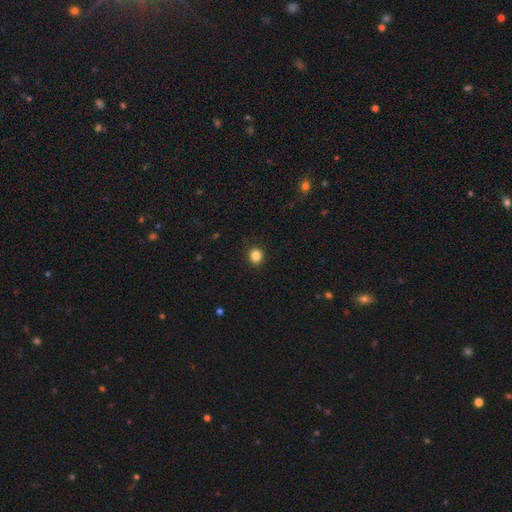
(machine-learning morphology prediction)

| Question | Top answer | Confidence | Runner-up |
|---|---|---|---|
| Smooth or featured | smooth | 85% | star or artifact (11%) |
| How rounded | round | 87% | in between (12%) |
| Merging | none | 92% | minor disturbance (6%) |